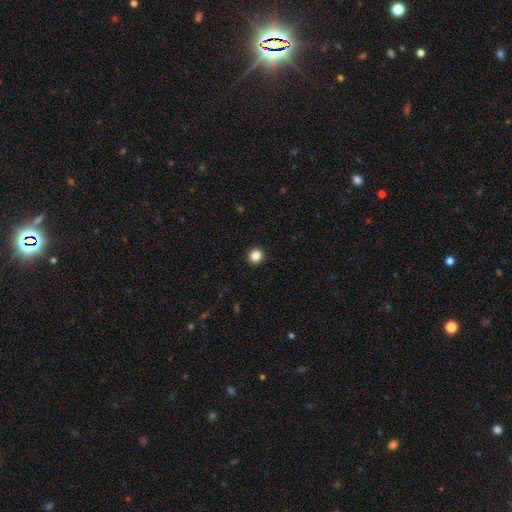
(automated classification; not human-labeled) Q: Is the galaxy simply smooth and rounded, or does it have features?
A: smooth — 85%.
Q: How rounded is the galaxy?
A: round — 89%.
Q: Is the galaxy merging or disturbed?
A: none — 93%.